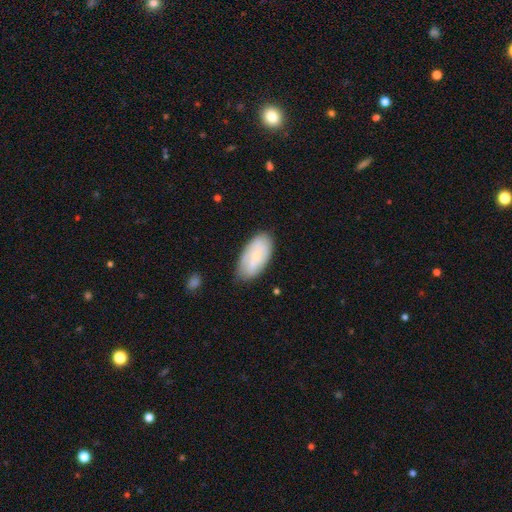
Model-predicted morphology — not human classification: Smooth or featured? Predicted: smooth (p=0.58). How rounded? Predicted: in between (p=0.93). Merging? Predicted: none (p=0.73).